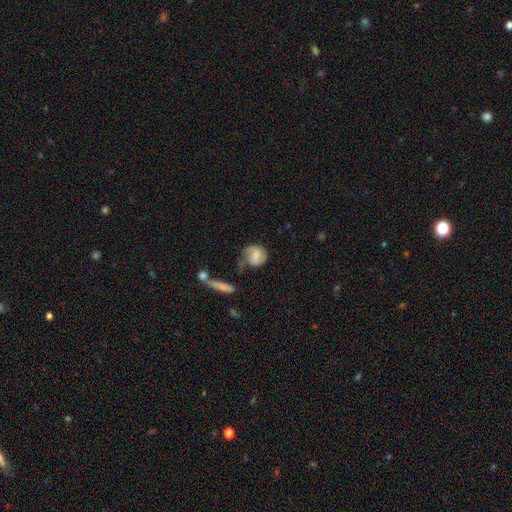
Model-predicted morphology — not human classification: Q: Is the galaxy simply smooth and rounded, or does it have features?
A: smooth — 52%.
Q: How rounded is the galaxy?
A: round — 69%.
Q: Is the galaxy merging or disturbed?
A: none — 50%.